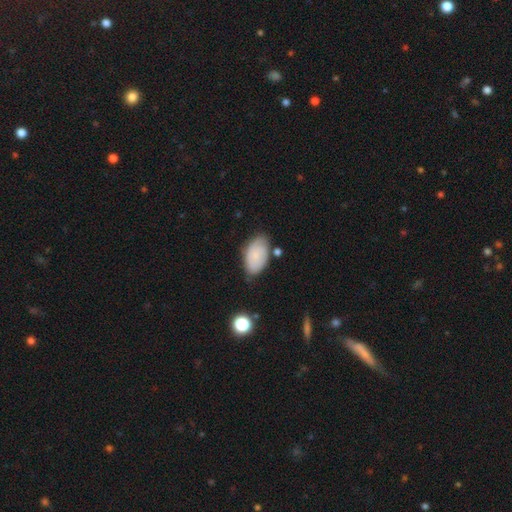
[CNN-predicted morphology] Smooth or featured? Predicted: smooth (p=0.75). How rounded? Predicted: in between (p=0.94). Merging? Predicted: none (p=0.67).